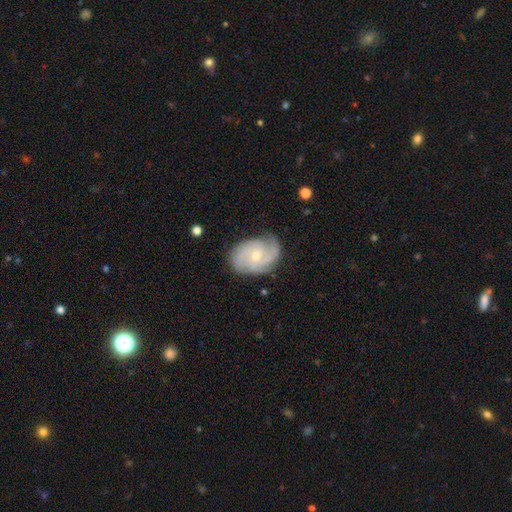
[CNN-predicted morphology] Smooth or featured? Predicted: featured or disk (p=0.84). Edge-on disk? Predicted: no (p=0.98). Bar? Predicted: no (p=0.64). Spiral arms? Predicted: yes (p=0.97). Spiral winding? Predicted: tight (p=0.48). Spiral arm count? Predicted: 3 (p=0.42). Bulge size? Predicted: small (p=0.59). Merging? Predicted: none (p=0.77).